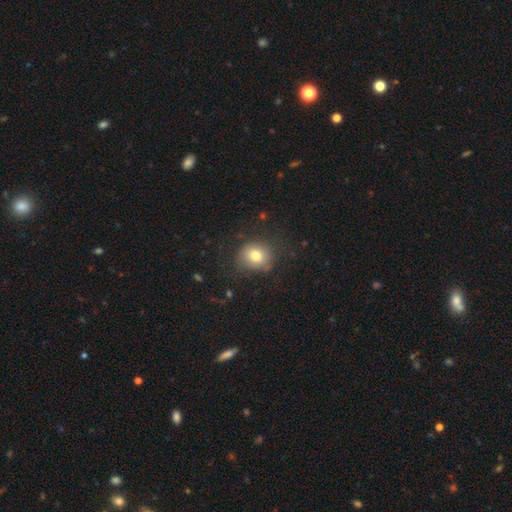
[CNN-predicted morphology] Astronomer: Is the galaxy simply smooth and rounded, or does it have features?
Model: smooth — 77%.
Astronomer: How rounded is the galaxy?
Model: round — 77%.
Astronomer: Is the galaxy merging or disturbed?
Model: none — 77%.